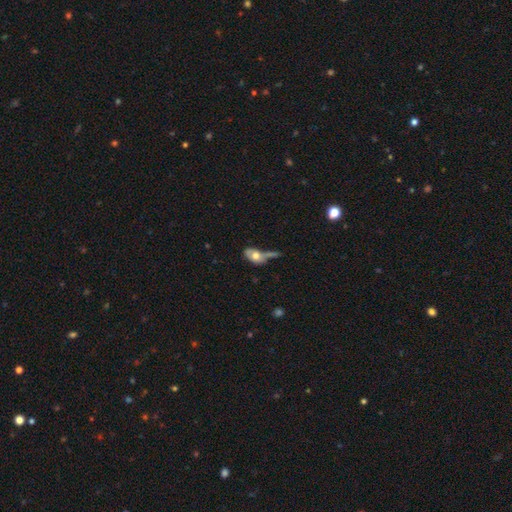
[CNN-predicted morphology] smooth 62%, featured or disk 30%, star or artifact 8%. Down the decision tree: how rounded — in between (84%); merging — merger (35%).